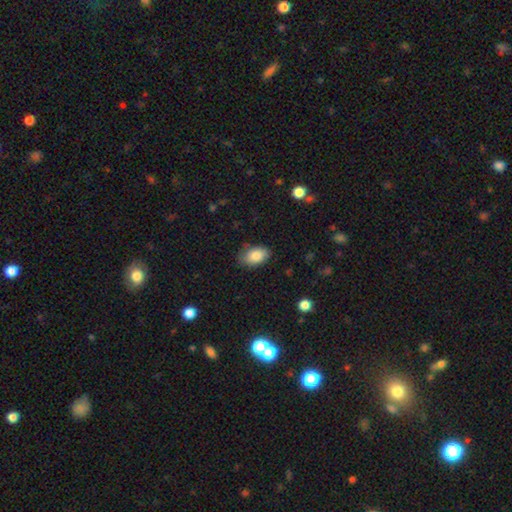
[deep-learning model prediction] This appears to be a smooth galaxy with no disk features (86%) that is in between round and cigar-shaped (89%). Merging: none (79%).